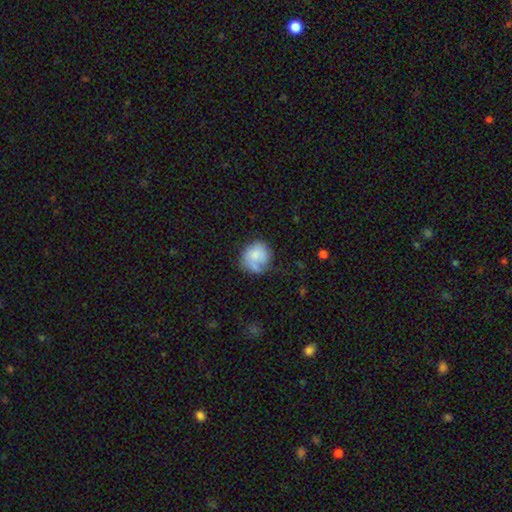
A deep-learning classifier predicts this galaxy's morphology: Q: Smooth or featured?
A: smooth (66%); runner-up: featured or disk (27%)
Q: How rounded?
A: round (75%); runner-up: in between (24%)
Q: Merging?
A: none (49%); runner-up: minor disturbance (28%)